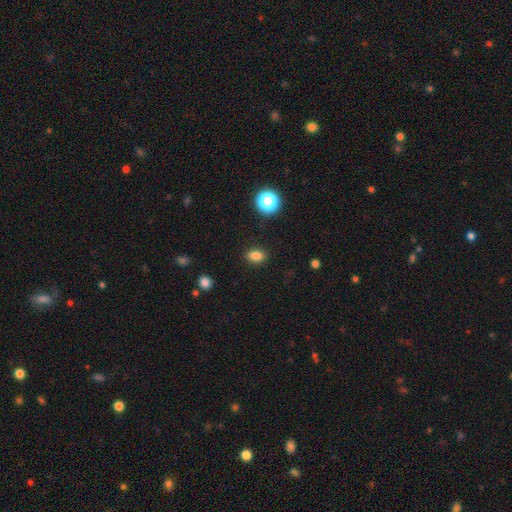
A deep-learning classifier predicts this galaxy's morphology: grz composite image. It shows a smooth galaxy with no disk features (82%) that is in between round and cigar-shaped (77%). Merging: none (88%).